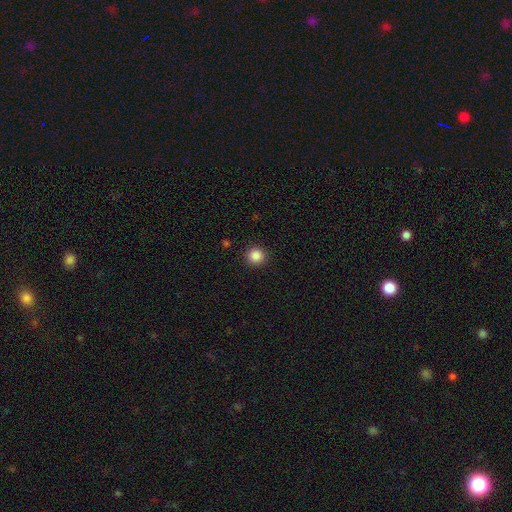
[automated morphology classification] Smooth or featured? smooth (86%)
How rounded? round (94%)
Merging? none (92%)